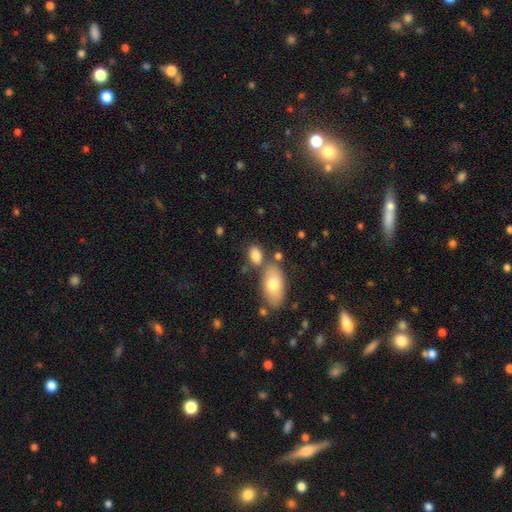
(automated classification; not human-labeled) Q: Smooth or featured?
A: smooth (82%); runner-up: featured or disk (11%)
Q: How rounded?
A: in between (85%); runner-up: round (12%)
Q: Merging?
A: none (60%); runner-up: merger (23%)